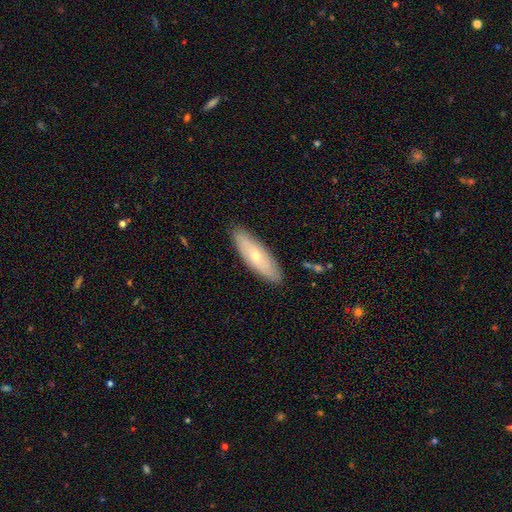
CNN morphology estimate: smooth 50%, featured or disk 44%, star or artifact 6%. Down the decision tree: how rounded — in between (49%); merging — none (88%).